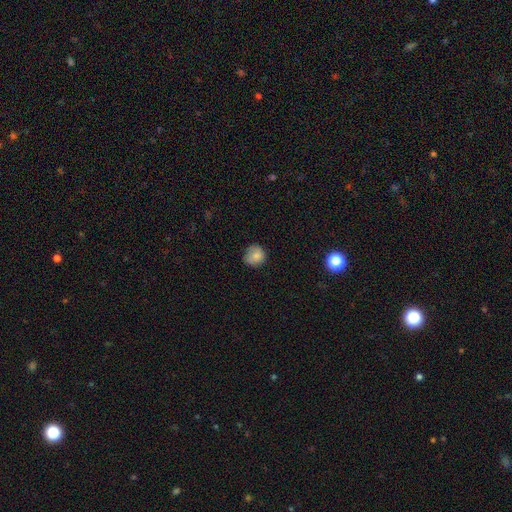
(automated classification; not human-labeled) The model was most divided on "merging": none: 73%, minor disturbance: 21%, major disturbance: 5%, merger: 1%. More confident: how rounded — round (86%); smooth or featured — smooth (82%).